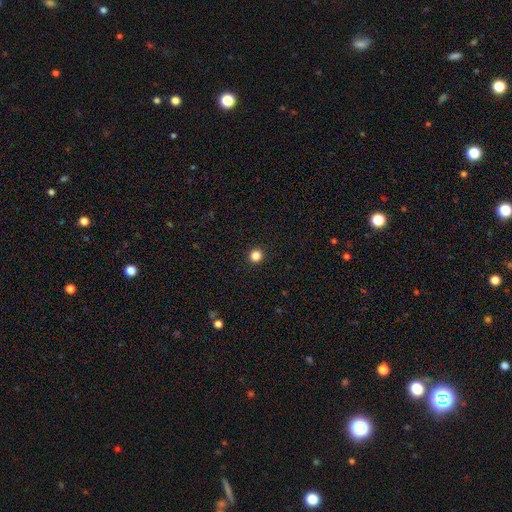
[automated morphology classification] A smooth galaxy with no disk features (84%) that is round (94%). Merging: none (94%).